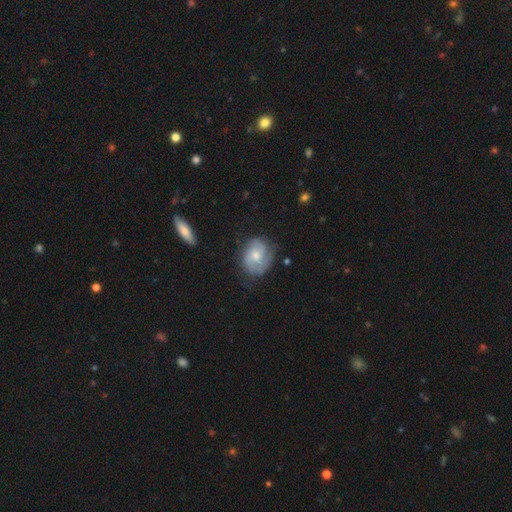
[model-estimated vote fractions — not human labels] Smooth or featured? featured or disk (63%)
Edge-on disk? no (97%)
Bar? no (67%)
Spiral arms? yes (88%)
Spiral winding? medium (44%)
Spiral arm count? 2 (57%)
Bulge size? moderate (52%)
Merging? none (65%)